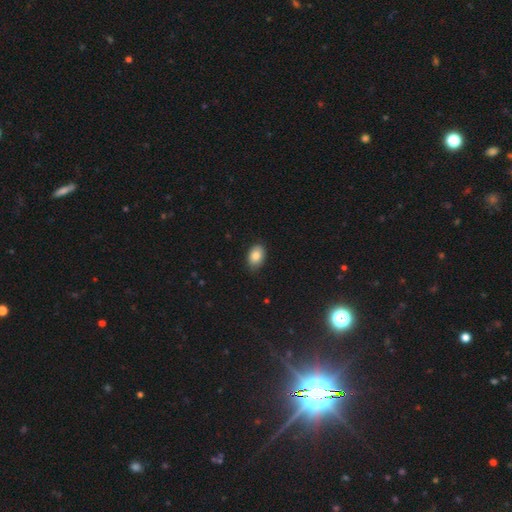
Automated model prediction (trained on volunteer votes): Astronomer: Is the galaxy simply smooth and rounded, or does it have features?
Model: smooth — 85%.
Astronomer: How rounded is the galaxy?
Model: in between — 85%.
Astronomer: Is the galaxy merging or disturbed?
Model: none — 85%.